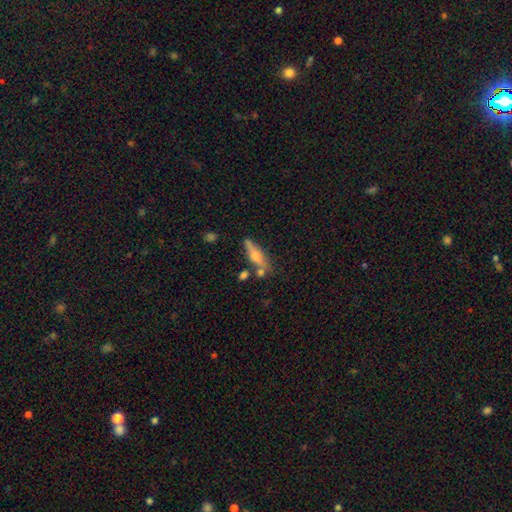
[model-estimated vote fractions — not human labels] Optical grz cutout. It shows a featured or disk galaxy (53%) viewed edge-on (90%). Merging: none (68%).